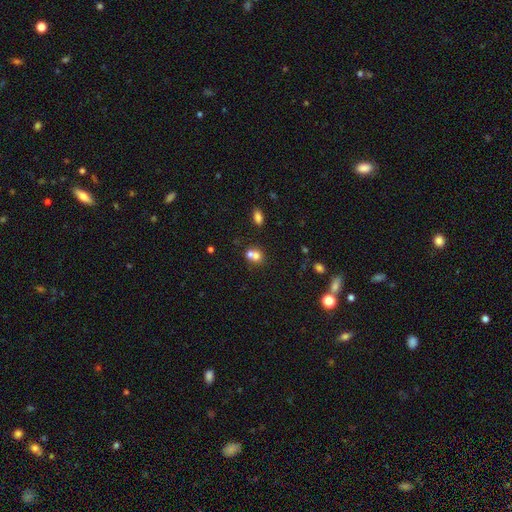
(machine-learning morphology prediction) A smooth galaxy with no disk features (69%) that is round (64%). Merging: merger (60%).